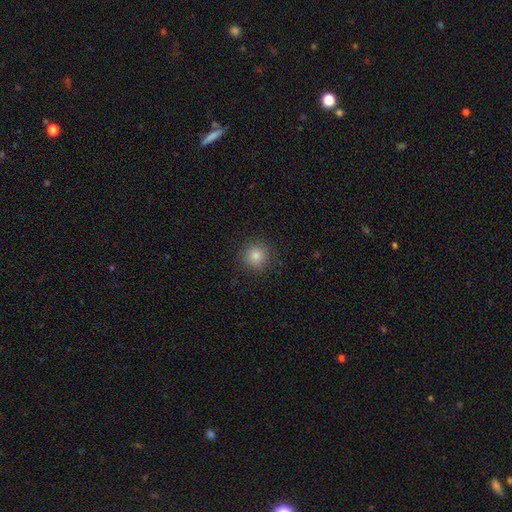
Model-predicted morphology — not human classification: The model was most divided on "smooth or featured": smooth: 81%, star or artifact: 14%, featured or disk: 5%. More confident: how rounded — round (94%); merging — none (90%).